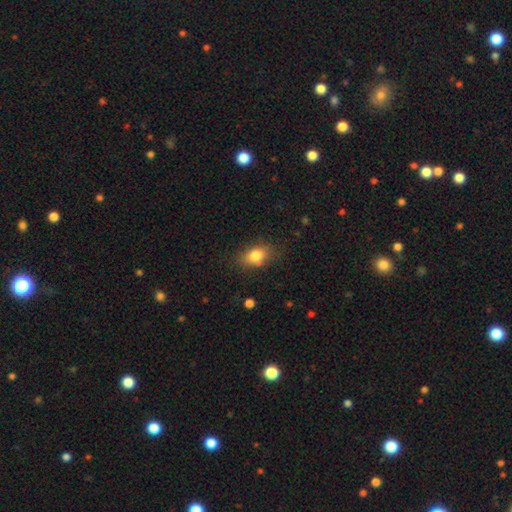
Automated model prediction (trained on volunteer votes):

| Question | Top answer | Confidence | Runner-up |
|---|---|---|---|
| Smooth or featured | smooth | 80% | featured or disk (10%) |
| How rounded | in between | 76% | round (21%) |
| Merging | none | 76% | minor disturbance (17%) |